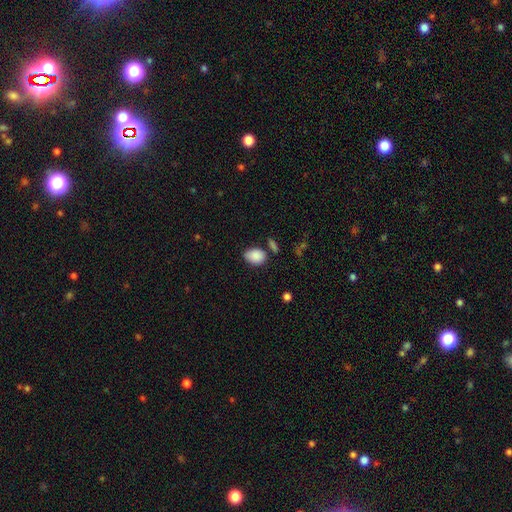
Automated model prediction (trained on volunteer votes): Smooth or featured: smooth — 88% (star or artifact — 8%)
How rounded: in between — 80% (round — 19%)
Merging: none — 70% (minor disturbance — 18%)